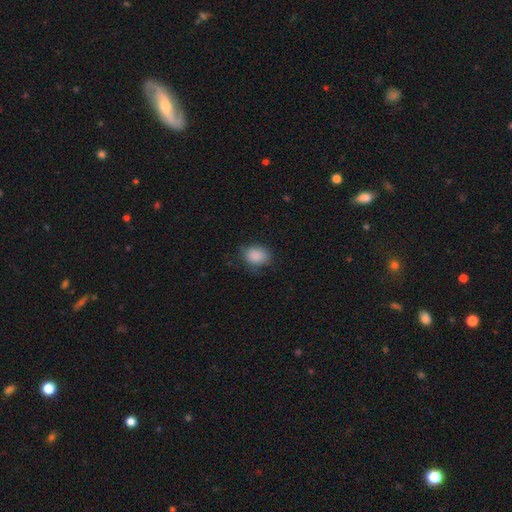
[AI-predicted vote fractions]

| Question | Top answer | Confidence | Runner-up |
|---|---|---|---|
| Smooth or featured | smooth | 88% | star or artifact (8%) |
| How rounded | in between | 56% | round (43%) |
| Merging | none | 72% | minor disturbance (21%) |